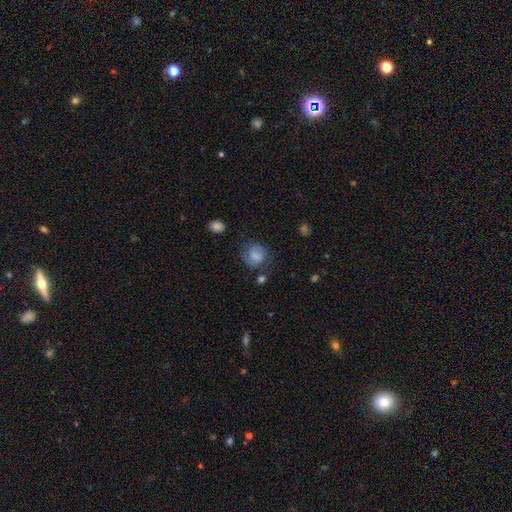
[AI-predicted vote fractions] A smooth galaxy with no disk features (57%) that is round (73%). Merging: none (64%).